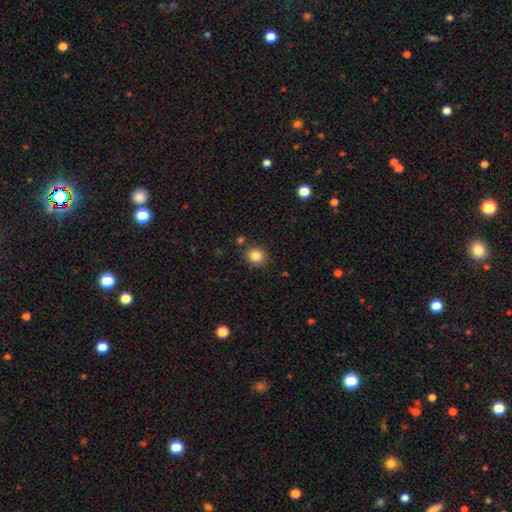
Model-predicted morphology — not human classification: smooth-or-featured: smooth: 85% | star or artifact: 10% | featured or disk: 5%
  how-rounded: round: 78% | in between: 21% | cigar-shaped: 1%
  merging: none: 85% | minor disturbance: 9% | merger: 4% | major disturbance: 2%